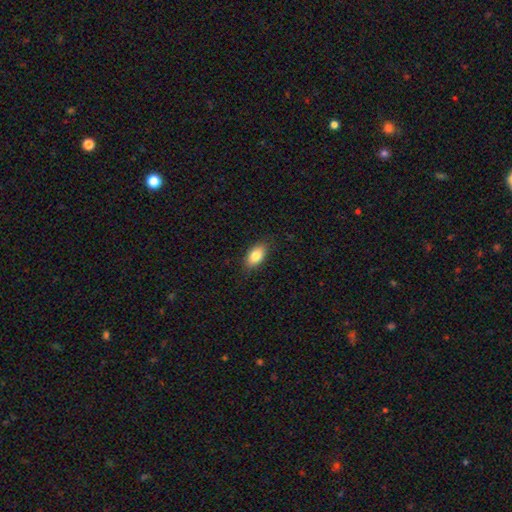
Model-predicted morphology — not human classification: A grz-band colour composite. It shows a smooth galaxy with no disk features (83%) that is in between round and cigar-shaped (90%). Merging: none (84%).